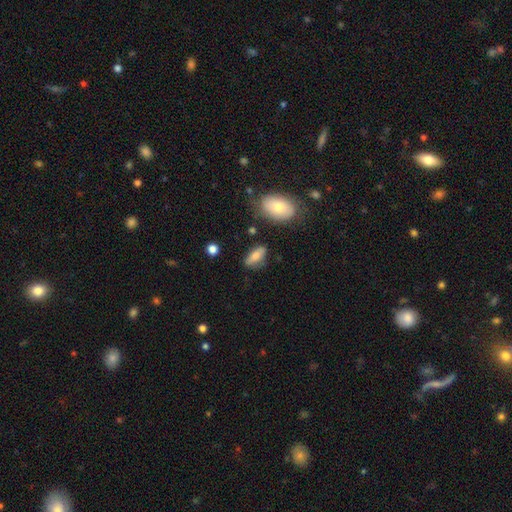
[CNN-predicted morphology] smooth_or_featured: smooth (p=0.69) [alt: featured or disk p=0.23]
how_rounded: in between (p=0.78) [alt: cigar-shaped p=0.17]
merging: none (p=0.73) [alt: minor disturbance p=0.18]